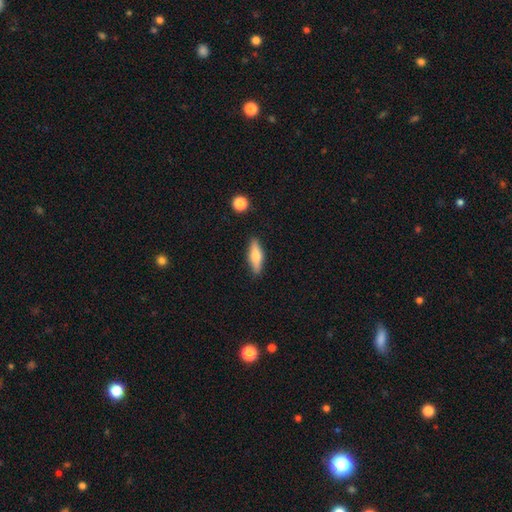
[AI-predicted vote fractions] Q: Smooth or featured?
A: smooth (61%); runner-up: featured or disk (32%)
Q: How rounded?
A: cigar-shaped (53%); runner-up: in between (44%)
Q: Merging?
A: none (87%); runner-up: minor disturbance (9%)